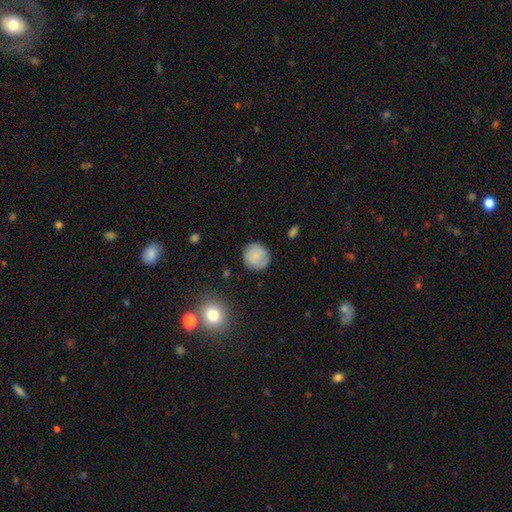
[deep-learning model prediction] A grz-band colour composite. It shows a smooth galaxy with no disk features (78%) that is round (92%). Merging: none (85%).